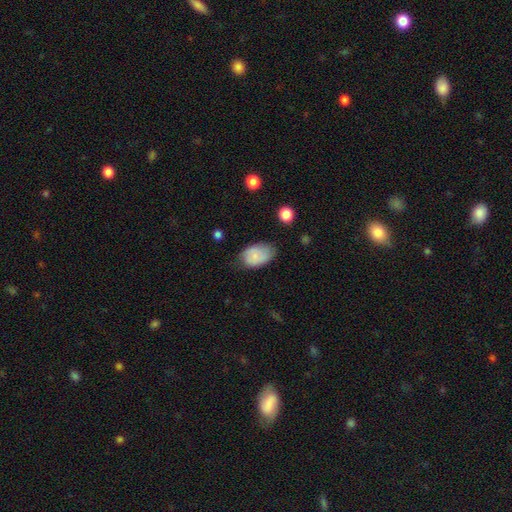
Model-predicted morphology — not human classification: A smooth galaxy with no disk features (81%) that is in between round and cigar-shaped (89%). Merging: none (62%).